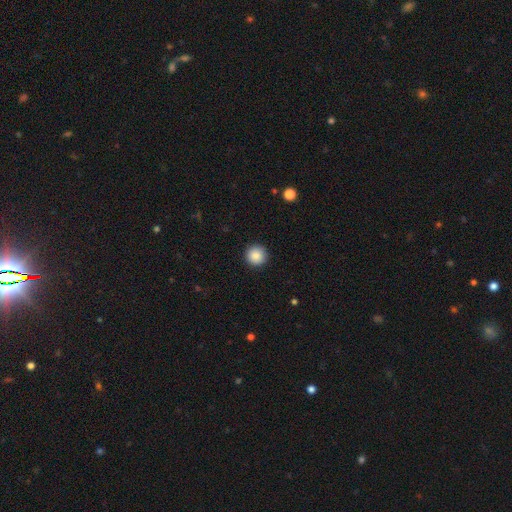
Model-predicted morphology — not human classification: This appears to be a smooth galaxy with no disk features (87%) that is round (96%). Merging: none (93%).